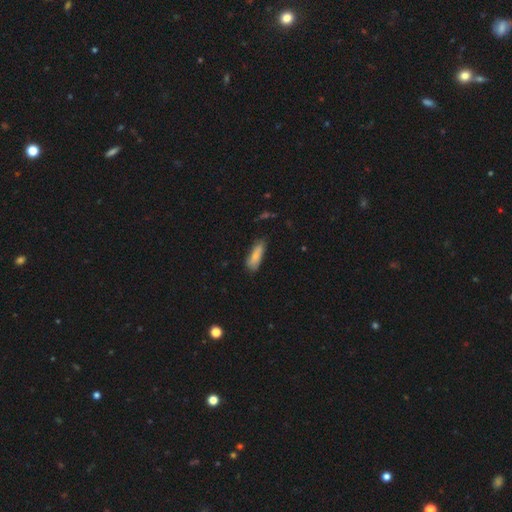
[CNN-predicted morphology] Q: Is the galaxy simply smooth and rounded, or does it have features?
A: smooth — 81%.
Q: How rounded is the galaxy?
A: in between — 54%.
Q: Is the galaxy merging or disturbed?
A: none — 68%.